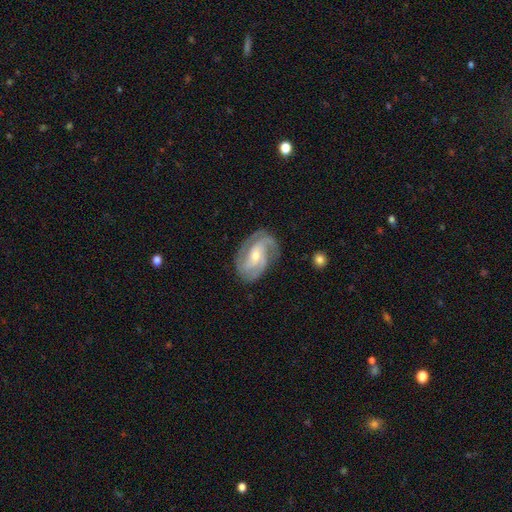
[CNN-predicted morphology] Q: Smooth or featured?
A: featured or disk (88%); runner-up: smooth (7%)
Q: Edge-on disk?
A: no (97%); runner-up: yes (3%)
Q: Bar?
A: no (43%); runner-up: weak (40%)
Q: Spiral arms?
A: yes (97%); runner-up: no (3%)
Q: Spiral winding?
A: tight (48%); runner-up: medium (42%)
Q: Spiral arm count?
A: 3 (45%); runner-up: 2 (30%)
Q: Bulge size?
A: moderate (50%); runner-up: small (47%)
Q: Merging?
A: none (74%); runner-up: minor disturbance (18%)